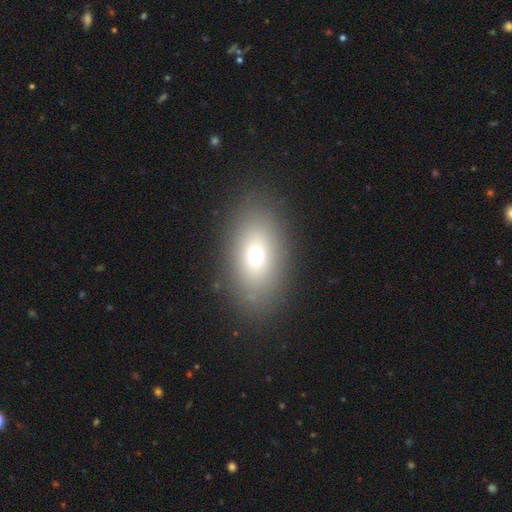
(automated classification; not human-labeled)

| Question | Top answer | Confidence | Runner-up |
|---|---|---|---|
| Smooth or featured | smooth | 66% | featured or disk (18%) |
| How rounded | in between | 78% | round (19%) |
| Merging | none | 84% | minor disturbance (9%) |